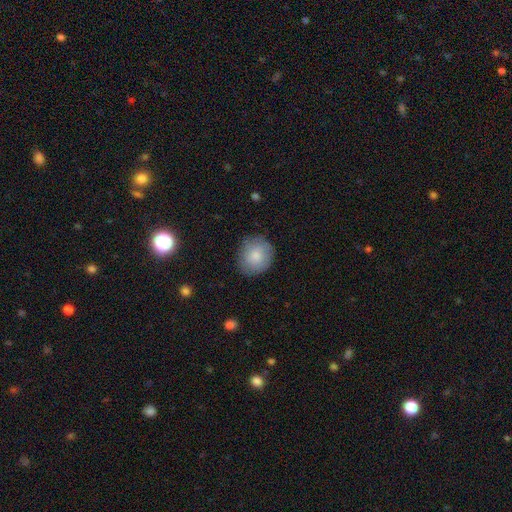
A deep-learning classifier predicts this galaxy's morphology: Smooth or featured: smooth — 81% (featured or disk — 12%)
How rounded: round — 77% (in between — 22%)
Merging: none — 80% (minor disturbance — 15%)